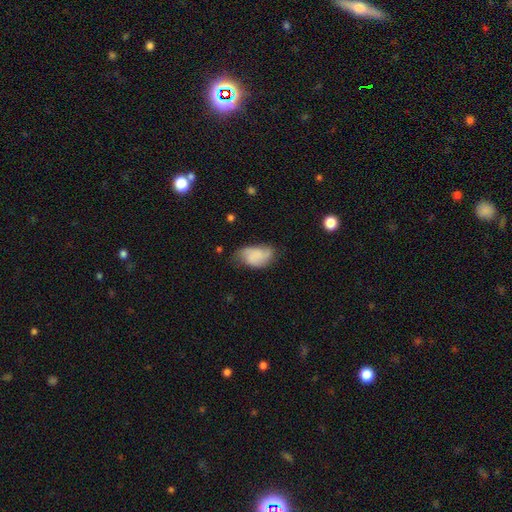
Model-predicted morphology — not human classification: type=smooth (61%); roundness=in between (91%); merging=none (44%).